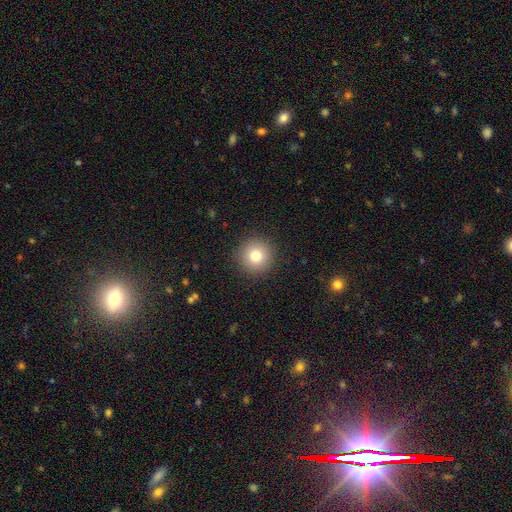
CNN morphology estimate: Smooth or featured?
  - smooth: 79% *
  - star or artifact: 12%
  - featured or disk: 9%
How rounded?
  - round: 96% *
  - in between: 3%
  - cigar-shaped: 1%
Merging?
  - none: 91% *
  - minor disturbance: 5%
  - major disturbance: 2%
  - merger: 1%